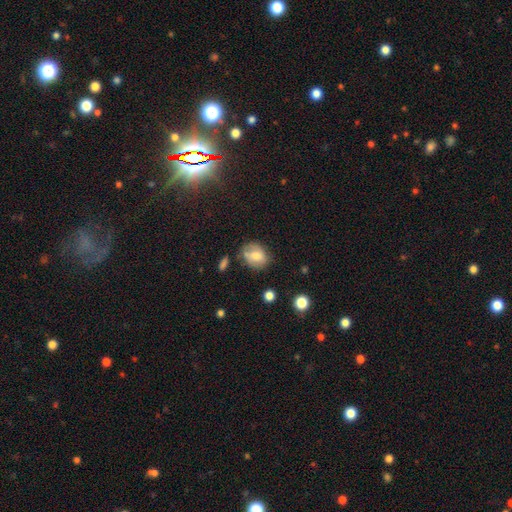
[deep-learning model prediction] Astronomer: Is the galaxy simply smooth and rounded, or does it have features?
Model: smooth — 67%.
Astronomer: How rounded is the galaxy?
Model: in between — 51% (runner-up: round, 48%).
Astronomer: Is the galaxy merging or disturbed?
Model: none — 60%.